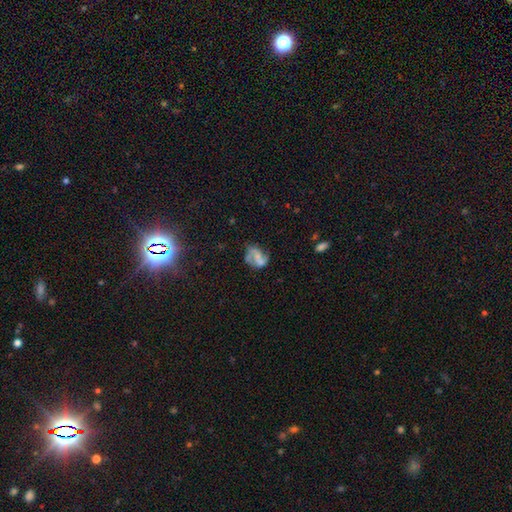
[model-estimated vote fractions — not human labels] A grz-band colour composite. It shows a featured or disk galaxy (65%) with no bar (49%), 2 (77%) loose (45%) spiral arms (80%) and no central bulge (51%). Merging: none (46%).